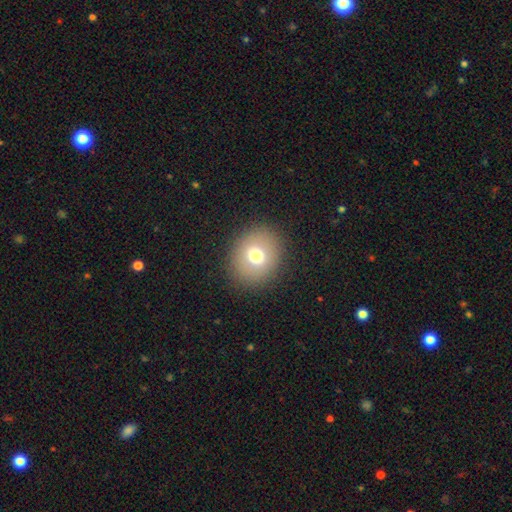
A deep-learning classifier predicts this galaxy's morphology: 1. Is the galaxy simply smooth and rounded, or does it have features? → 72% smooth, 15% featured or disk, 13% star or artifact.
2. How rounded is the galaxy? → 74% round, 25% in between, 1% cigar-shaped.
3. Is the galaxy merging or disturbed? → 89% none, 7% minor disturbance, 3% major disturbance, 1% merger.